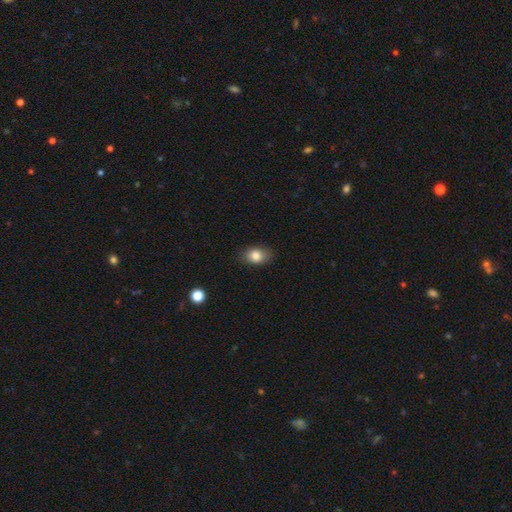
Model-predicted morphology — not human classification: A smooth galaxy with no disk features (83%) that is in between round and cigar-shaped (78%).

Vote fractions:
- Smooth or featured? smooth: 83% / star or artifact: 9% / featured or disk: 8%
- How rounded? in between: 78% / round: 21% / cigar-shaped: 1%
- Merging? none: 83% / minor disturbance: 13% / major disturbance: 3% / merger: 1%